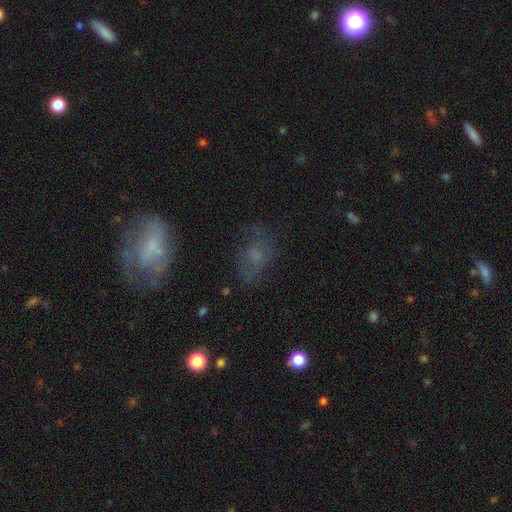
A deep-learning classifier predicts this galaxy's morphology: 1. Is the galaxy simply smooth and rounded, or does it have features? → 48% smooth, 33% featured or disk, 20% star or artifact.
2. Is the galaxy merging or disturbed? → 60% none, 20% minor disturbance, 16% major disturbance, 4% merger.